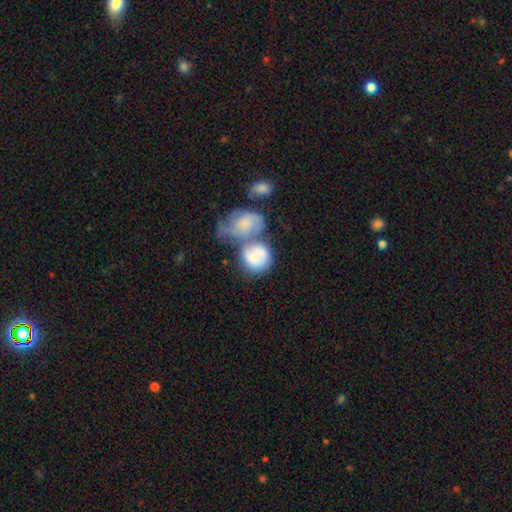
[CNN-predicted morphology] Smooth or featured: smooth — 63% (featured or disk — 30%)
How rounded: round — 72% (in between — 27%)
Merging: merger — 58% (none — 21%)